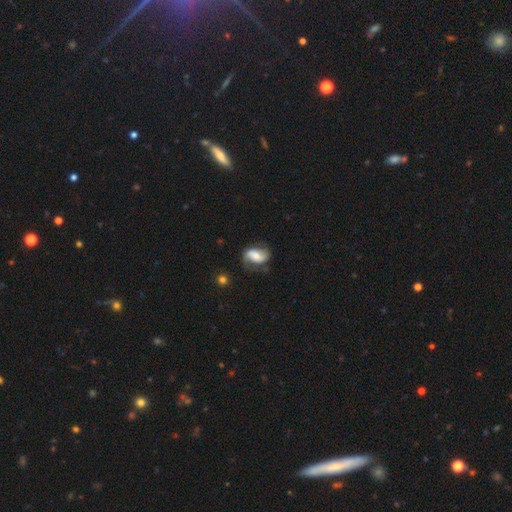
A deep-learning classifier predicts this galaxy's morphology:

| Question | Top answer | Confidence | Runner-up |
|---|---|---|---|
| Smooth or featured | featured or disk | 57% | smooth (35%) |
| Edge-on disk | no | 96% | yes (4%) |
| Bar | no | 42% | weak (34%) |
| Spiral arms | yes | 86% | no (14%) |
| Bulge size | moderate | 50% | small (32%) |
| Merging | none | 61% | minor disturbance (24%) |